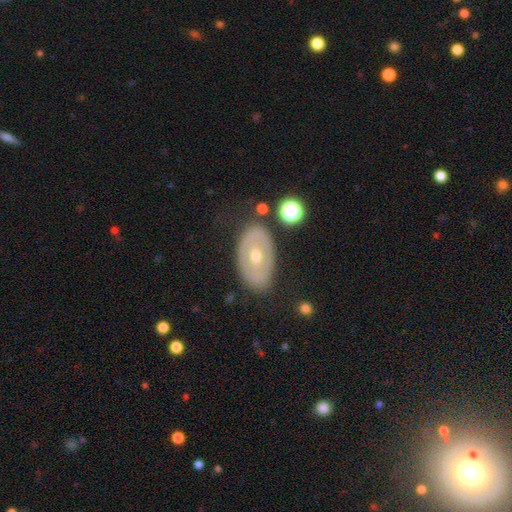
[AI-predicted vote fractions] Overall: featured or disk (59%; smooth 34%). Edge-on disk: no (90%). Bar: no (86%). Spiral arms: no (83%). Bulge size: moderate (56%; small 41%). Merging: none (77%).